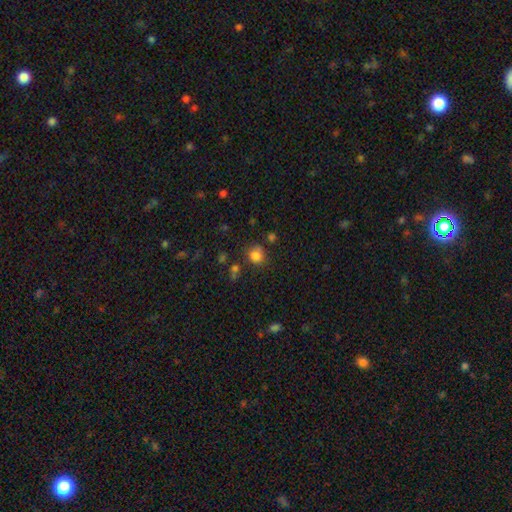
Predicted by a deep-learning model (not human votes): This appears to be a smooth galaxy with no disk features (81%) that is round (78%). Merging: none (72%).